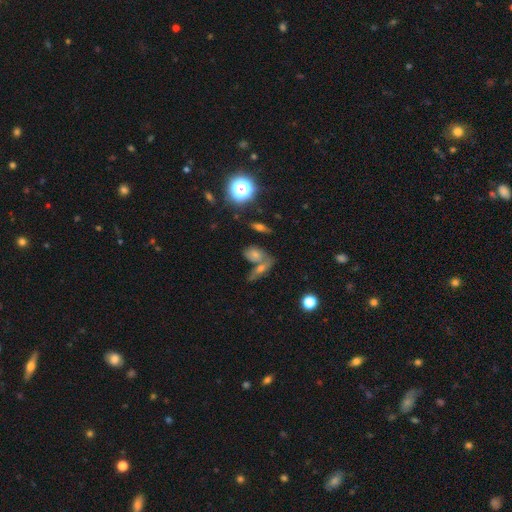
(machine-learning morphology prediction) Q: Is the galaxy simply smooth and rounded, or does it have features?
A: smooth — 54%.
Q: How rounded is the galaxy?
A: in between — 65%.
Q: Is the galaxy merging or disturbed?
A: none — 47%.